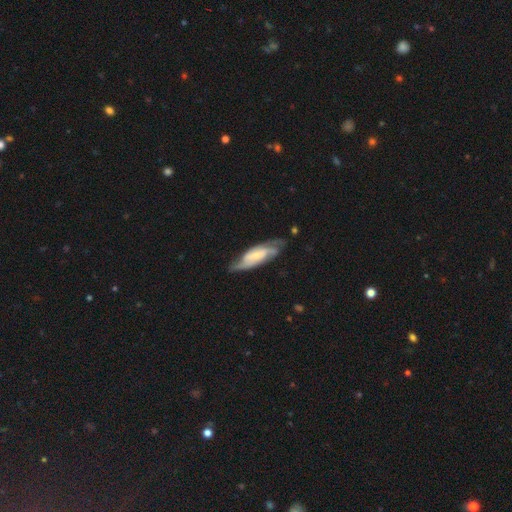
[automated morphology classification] featured or disk 71%, smooth 24%, star or artifact 5%. Down the decision tree: edge-on disk — no (83%); bar — no (47%); spiral arms — yes (92%); spiral arm count — 2 (67%); spiral winding — medium (45%); bulge size — small (58%); merging — none (65%).